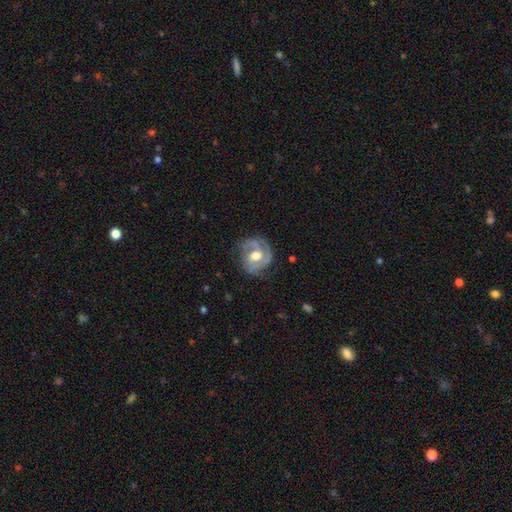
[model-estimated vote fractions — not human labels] A featured or disk galaxy (81%) with no bar (53%), 2 (54%) tight (48%) spiral arms (92%) and a moderate central bulge (72%). Merging: none (68%).